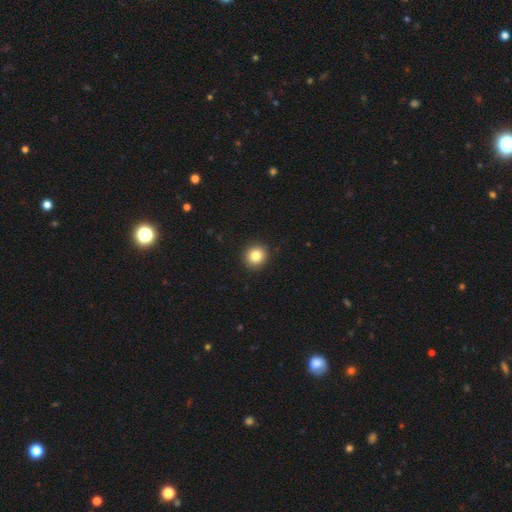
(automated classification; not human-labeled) smooth 82%, star or artifact 10%, featured or disk 7%. Down the decision tree: how rounded — round (91%); merging — none (93%).